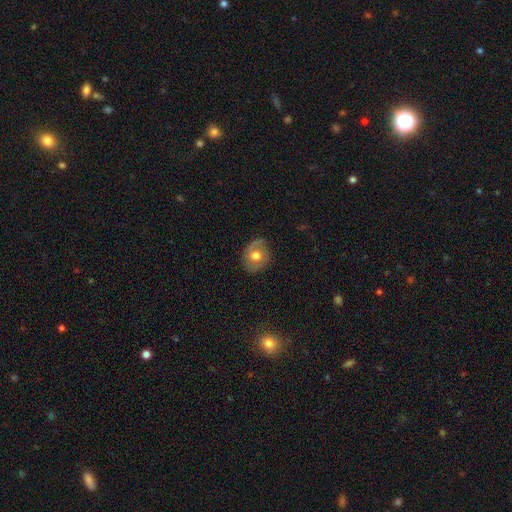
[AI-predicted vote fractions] Q: Smooth or featured?
A: smooth (52%); runner-up: featured or disk (40%)
Q: How rounded?
A: round (60%); runner-up: in between (39%)
Q: Merging?
A: none (75%); runner-up: minor disturbance (18%)